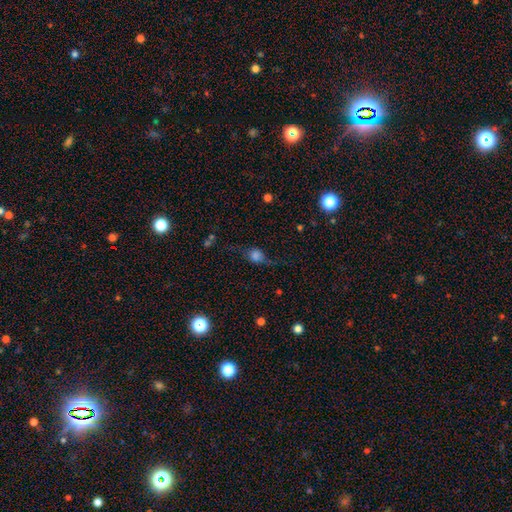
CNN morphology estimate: Smooth or featured: smooth — 59% (featured or disk — 28%)
How rounded: round — 52% (in between — 44%)
Merging: none — 54% (minor disturbance — 25%)